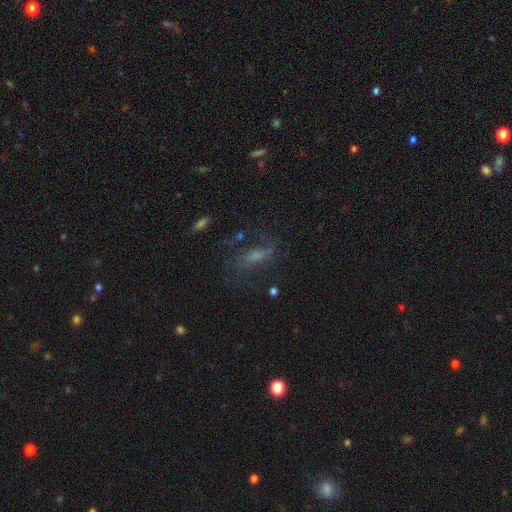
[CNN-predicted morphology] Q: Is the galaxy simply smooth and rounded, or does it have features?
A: featured or disk — 45%.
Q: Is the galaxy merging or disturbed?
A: none — 56%.